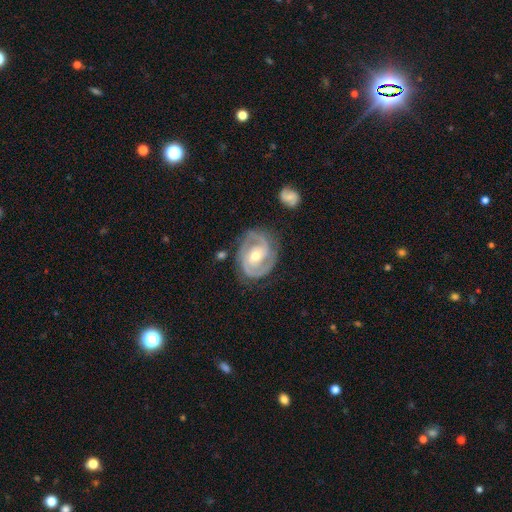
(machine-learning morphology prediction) Smooth or featured? Predicted: featured or disk (p=0.89). Edge-on disk? Predicted: no (p=0.97). Bar? Predicted: no (p=0.42). Spiral arms? Predicted: yes (p=0.97). Spiral winding? Predicted: tight (p=0.55). Spiral arm count? Predicted: 2 (p=0.84). Bulge size? Predicted: moderate (p=0.68). Merging? Predicted: none (p=0.77).